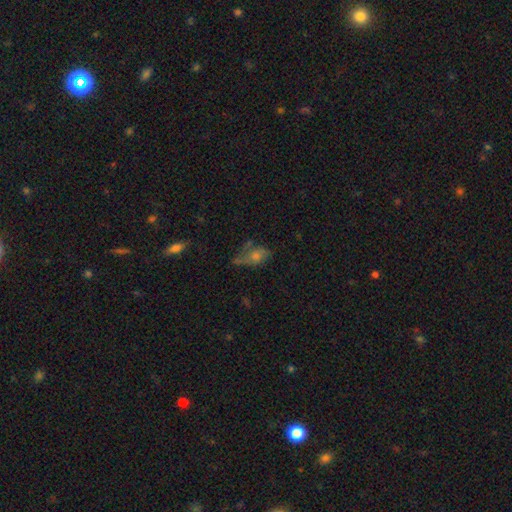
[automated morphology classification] type=smooth (48%); merging=none (37%).